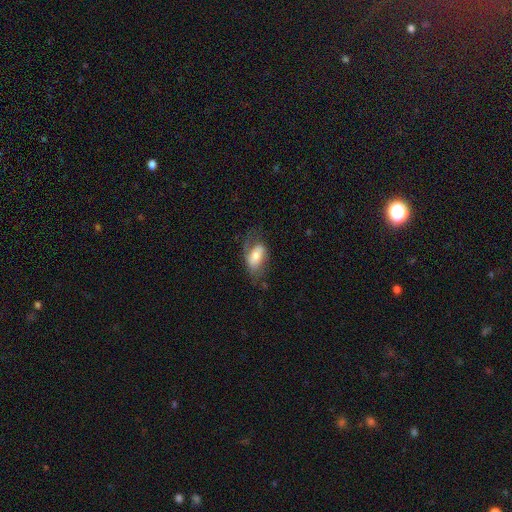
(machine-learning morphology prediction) smooth_or_featured: smooth (p=0.51) [alt: featured or disk p=0.42]
how_rounded: in between (p=0.90) [alt: round p=0.07]
merging: none (p=0.48) [alt: minor disturbance p=0.27]